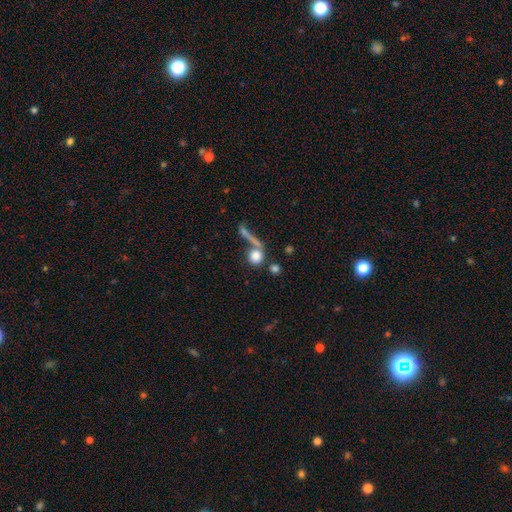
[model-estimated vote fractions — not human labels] Smooth or featured? smooth (78%)
How rounded? round (83%)
Merging? none (52%)